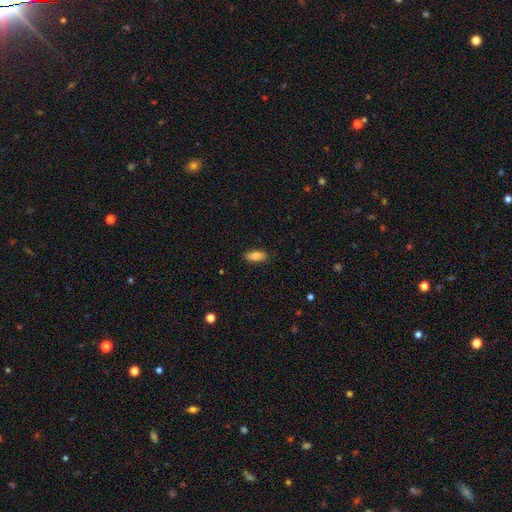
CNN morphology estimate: This is clearly a smooth galaxy (82%). How rounded: clearly in between (81%). Merging: clearly none (87%).